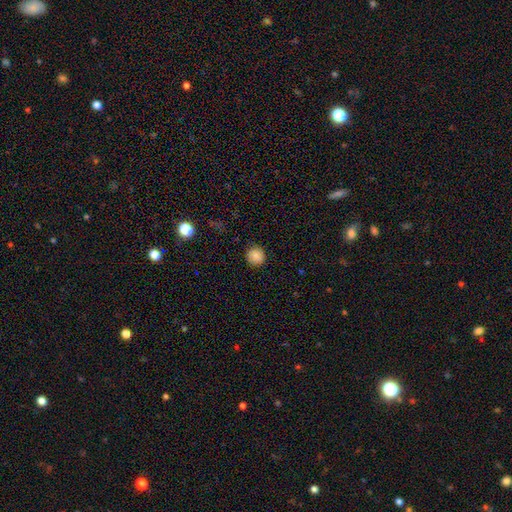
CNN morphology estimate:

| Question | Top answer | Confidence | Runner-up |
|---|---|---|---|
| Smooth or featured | smooth | 87% | star or artifact (9%) |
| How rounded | round | 92% | in between (7%) |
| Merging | none | 89% | minor disturbance (7%) |